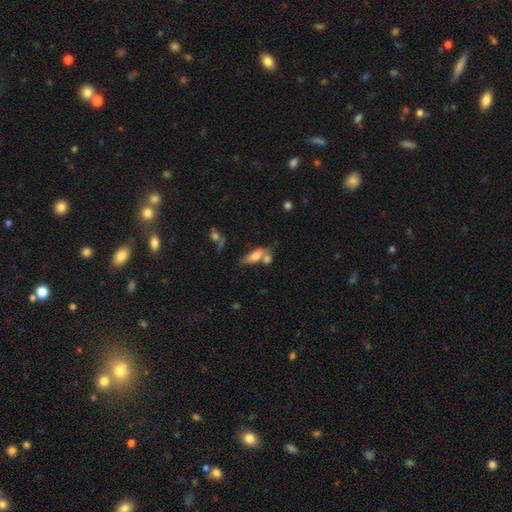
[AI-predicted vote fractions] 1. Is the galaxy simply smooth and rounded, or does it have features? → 68% smooth, 23% featured or disk, 9% star or artifact.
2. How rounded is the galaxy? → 70% in between, 26% cigar-shaped, 4% round.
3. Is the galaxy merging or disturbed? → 40% merger, 39% none, 14% minor disturbance, 7% major disturbance.